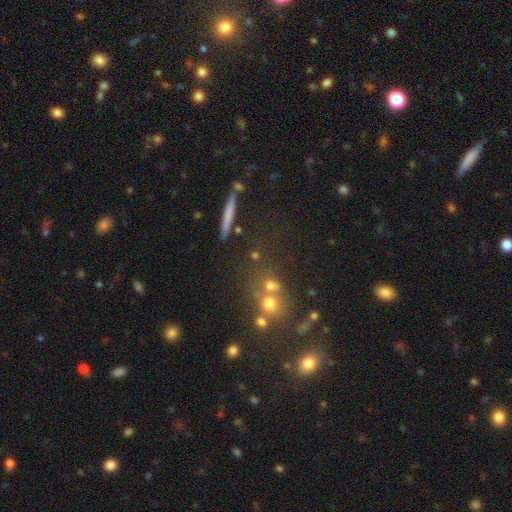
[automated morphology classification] smooth 52%, star or artifact 26%, featured or disk 22%. Down the decision tree: how rounded — round (65%); merging — none (59%).